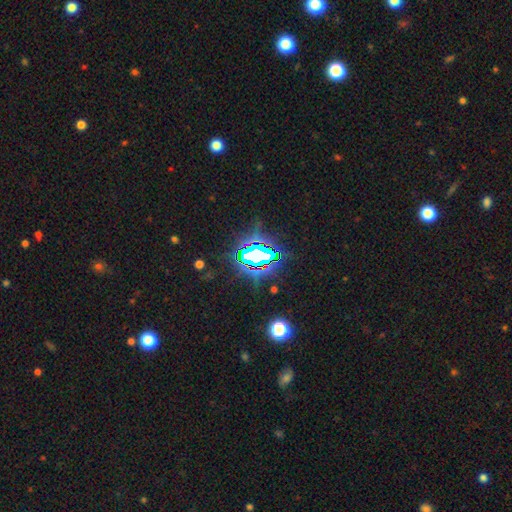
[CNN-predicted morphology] type=star or artifact (75%).